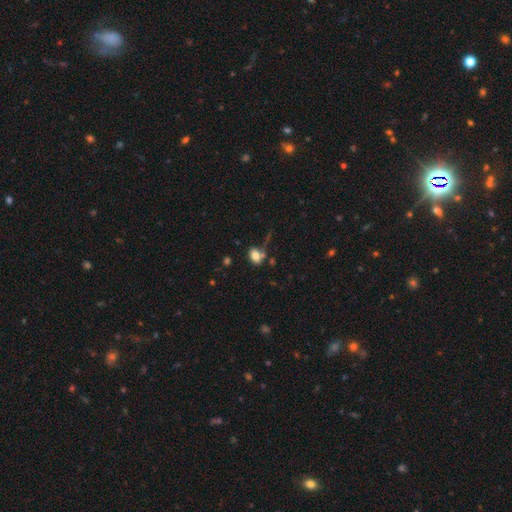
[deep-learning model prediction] Morphology: type=smooth (78%); roundness=in between (81%); merging=none (50%).